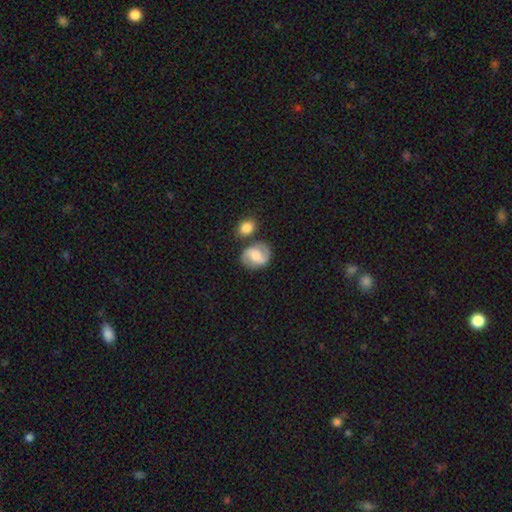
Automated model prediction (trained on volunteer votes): The model was most divided on "bar": weak: 47%, no: 38%, strong: 16%. More confident: edge-on disk — no (97%); spiral arms — yes (91%); spiral arm count — 2 (89%); merging — none (66%); smooth or featured — featured or disk (63%); bulge size — moderate (56%); spiral winding — medium (52%).